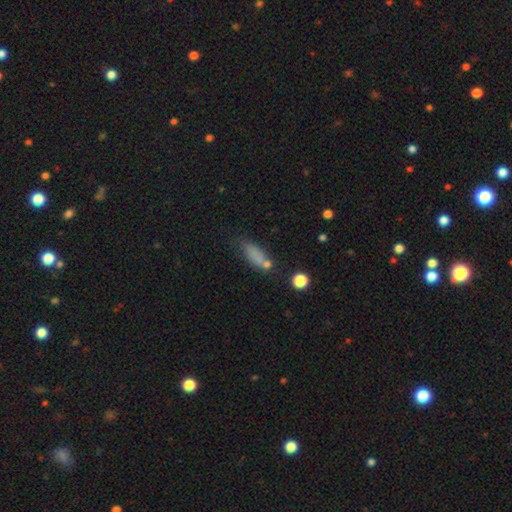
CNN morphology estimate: Overall: smooth (74%). How rounded: in between (62%; cigar-shaped 33%). Merging: none (51%; minor disturbance 26%).